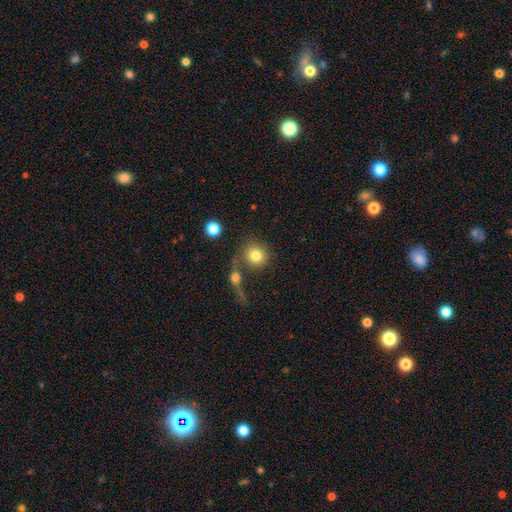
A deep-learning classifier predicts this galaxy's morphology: A smooth galaxy with no disk features (80%) that is round (90%).

Vote fractions:
- Smooth or featured? smooth: 80% / star or artifact: 10% / featured or disk: 9%
- How rounded? round: 90% / in between: 8% / cigar-shaped: 1%
- Merging? none: 60% / merger: 22% / minor disturbance: 10% / major disturbance: 8%